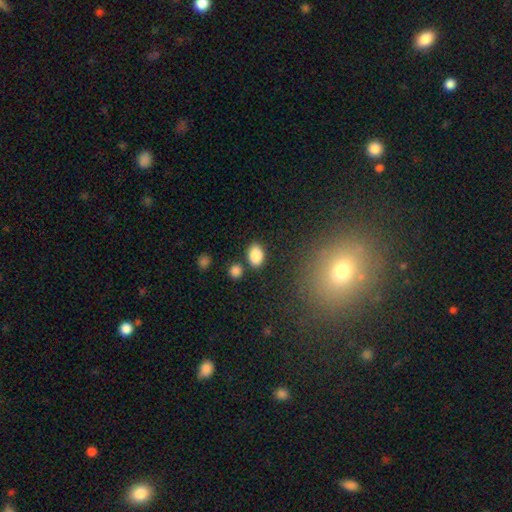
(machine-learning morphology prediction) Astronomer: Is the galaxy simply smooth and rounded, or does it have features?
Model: smooth — 86%.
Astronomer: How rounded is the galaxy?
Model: in between — 83%.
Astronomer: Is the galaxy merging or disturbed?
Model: none — 79%.